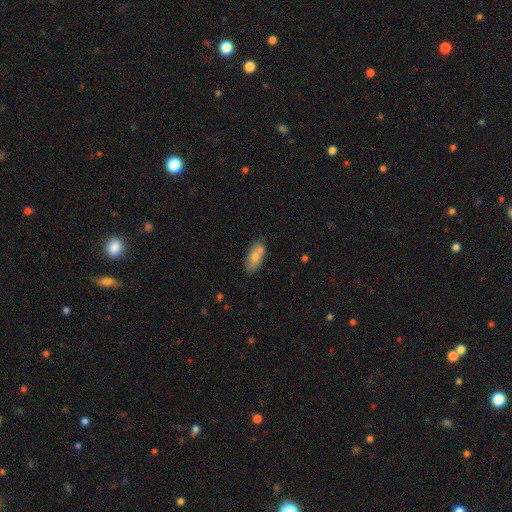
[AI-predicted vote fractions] smooth_or_featured: smooth (p=0.70) [alt: featured or disk p=0.22]
how_rounded: in between (p=0.87) [alt: cigar-shaped p=0.08]
merging: none (p=0.59) [alt: merger p=0.22]